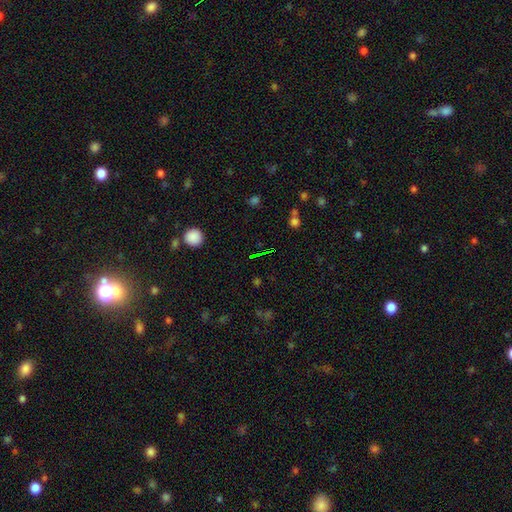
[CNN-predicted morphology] star or artifact 59%, smooth 28%, featured or disk 13%.